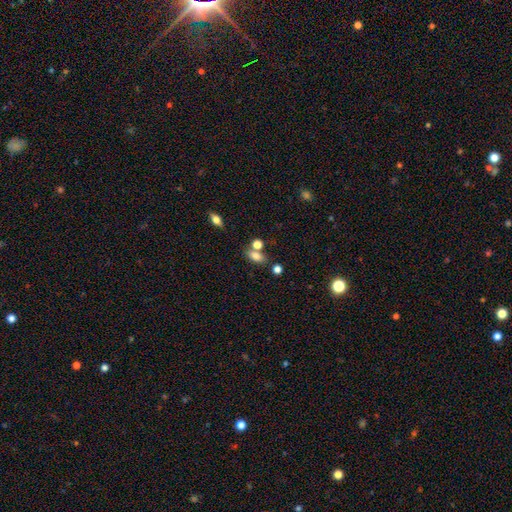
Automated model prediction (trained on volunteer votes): Morphology: type=smooth (77%); roundness=in between (81%); merging=none (59%).